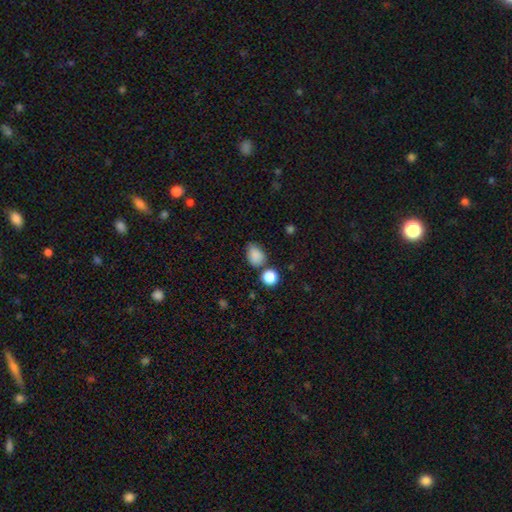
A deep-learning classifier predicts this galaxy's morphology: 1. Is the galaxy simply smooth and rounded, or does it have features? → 84% smooth, 11% star or artifact, 5% featured or disk.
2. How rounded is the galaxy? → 70% in between, 28% round, 1% cigar-shaped.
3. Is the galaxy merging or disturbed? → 62% none, 22% minor disturbance, 10% merger, 6% major disturbance.